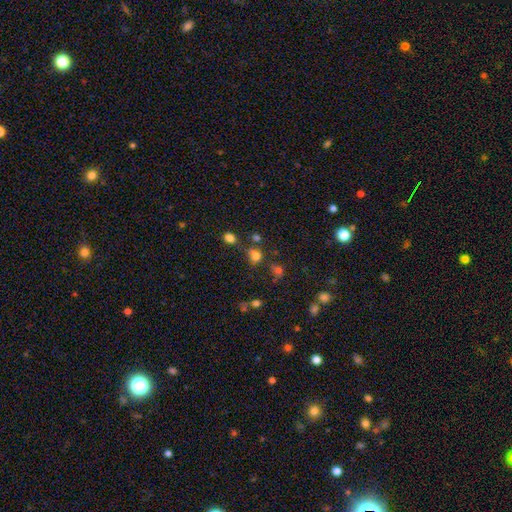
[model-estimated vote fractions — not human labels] Smooth or featured? smooth (72%)
How rounded? round (69%)
Merging? none (61%)